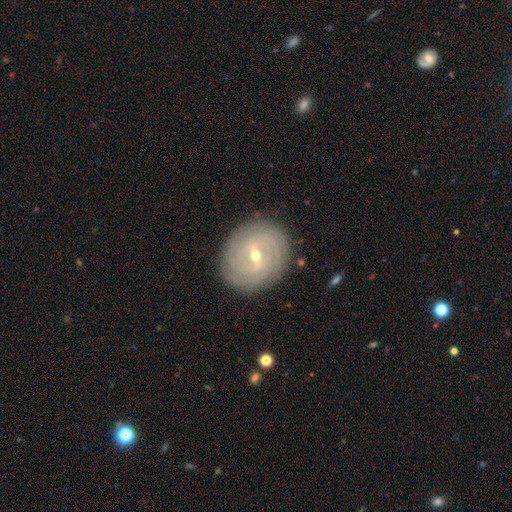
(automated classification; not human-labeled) This is clearly a featured or disk galaxy (81%). It is clearly not viewed edge-on (96%). Bar: possibly weak (57%). Spiral arm pattern: clearly yes (91%). Spiral arm count: marginally can't tell (39%). Spiral winding: likely tight (80%). Central bulge: possibly small (59%). Merging: clearly none (86%).